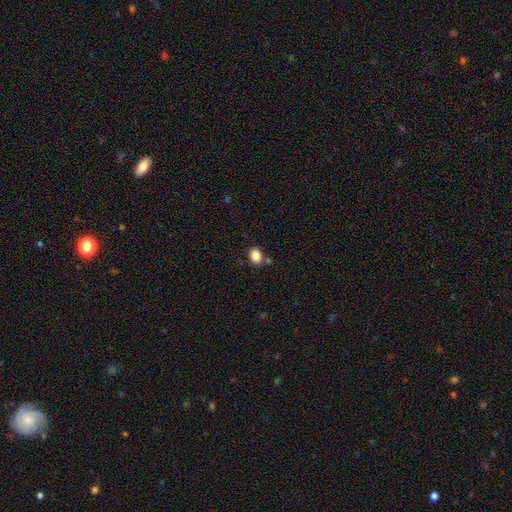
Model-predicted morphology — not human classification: This appears to be a smooth galaxy with no disk features (87%) that is in between round and cigar-shaped (74%). Merging: none (77%).